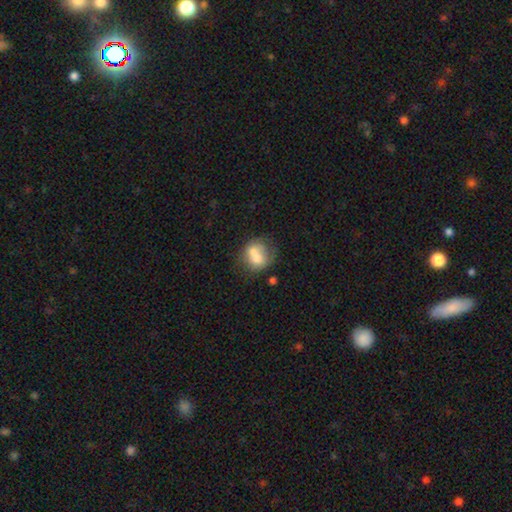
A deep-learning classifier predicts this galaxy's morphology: smooth 61%, featured or disk 30%, star or artifact 9%. Down the decision tree: how rounded — round (68%); merging — merger (54%).